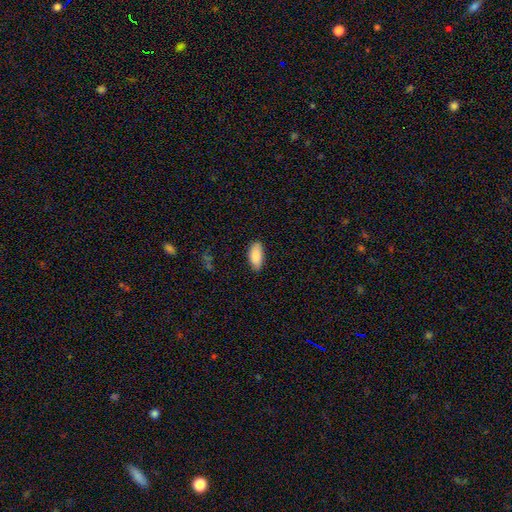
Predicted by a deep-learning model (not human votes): Q: Smooth or featured?
A: smooth (89%); runner-up: star or artifact (6%)
Q: How rounded?
A: in between (89%); runner-up: cigar-shaped (9%)
Q: Merging?
A: none (82%); runner-up: minor disturbance (14%)